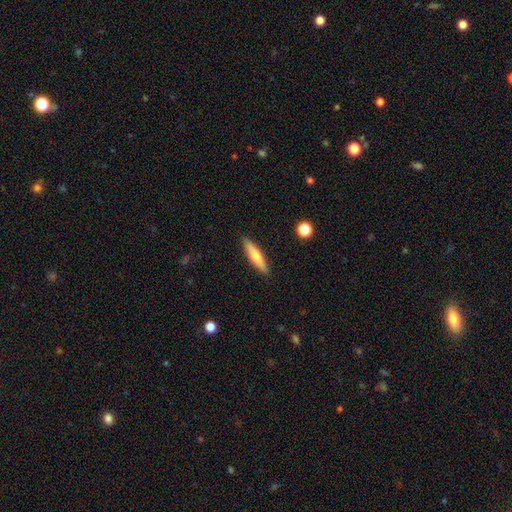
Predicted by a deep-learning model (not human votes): Smooth or featured? Predicted: smooth (p=0.58). How rounded? Predicted: cigar-shaped (p=0.81). Merging? Predicted: none (p=0.90).